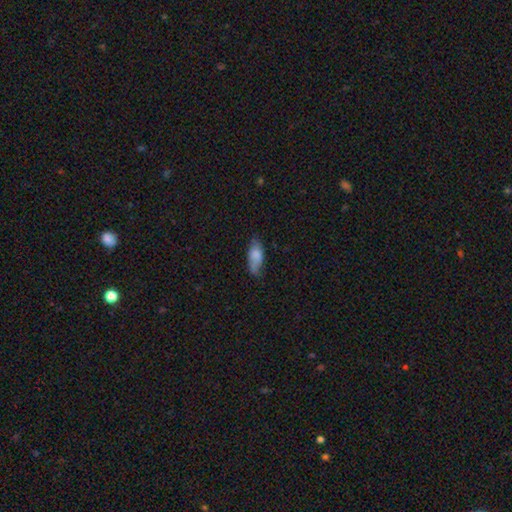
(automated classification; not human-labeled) Smooth or featured: smooth — 80% (featured or disk — 14%)
How rounded: in between — 81% (cigar-shaped — 17%)
Merging: none — 64% (minor disturbance — 28%)